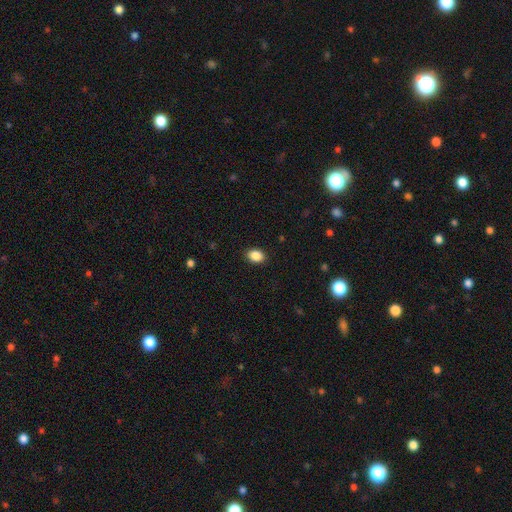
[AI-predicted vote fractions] Overall: smooth (88%). How rounded: in between (77%). Merging: none (89%).